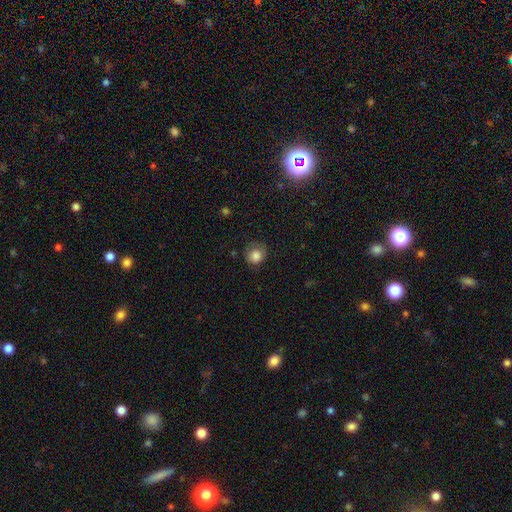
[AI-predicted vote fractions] This is clearly a smooth galaxy (83%). How rounded: likely round (80%). Merging: likely none (65%).